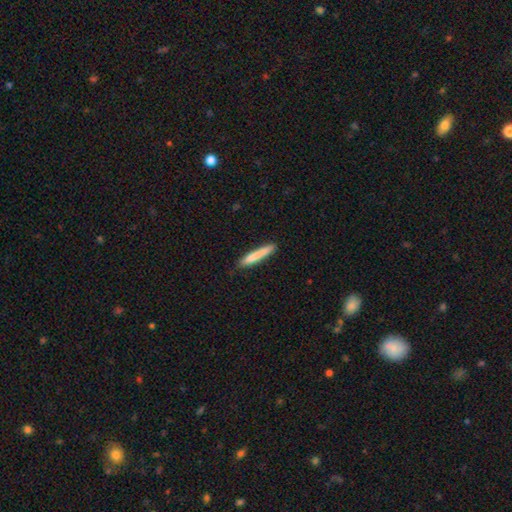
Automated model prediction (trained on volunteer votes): This is likely a smooth galaxy (79%). How rounded: clearly cigar-shaped (93%). Merging: clearly none (82%).